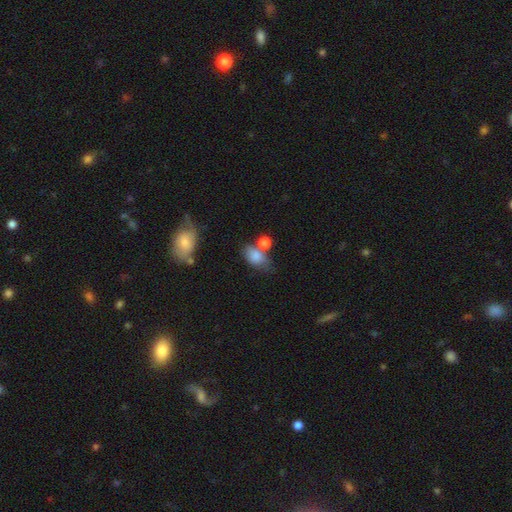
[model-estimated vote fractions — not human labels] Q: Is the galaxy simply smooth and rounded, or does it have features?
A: smooth — 80%.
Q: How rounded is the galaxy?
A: in between — 79%.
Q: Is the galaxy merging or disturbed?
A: none — 42%.